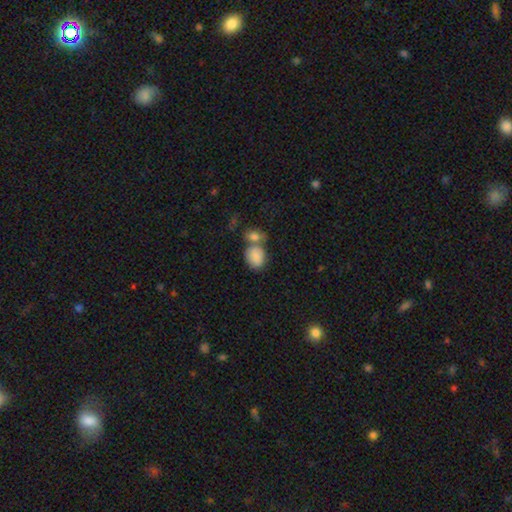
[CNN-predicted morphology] type=smooth (85%); roundness=in between (65%); merging=merger (45%).